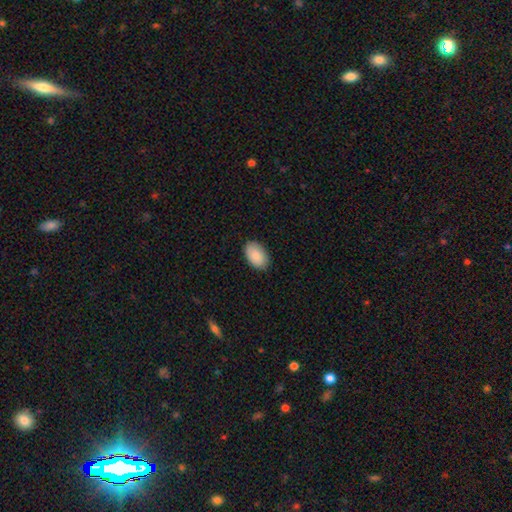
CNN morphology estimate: A smooth galaxy with no disk features (87%) that is in between round and cigar-shaped (92%). Merging: none (87%).